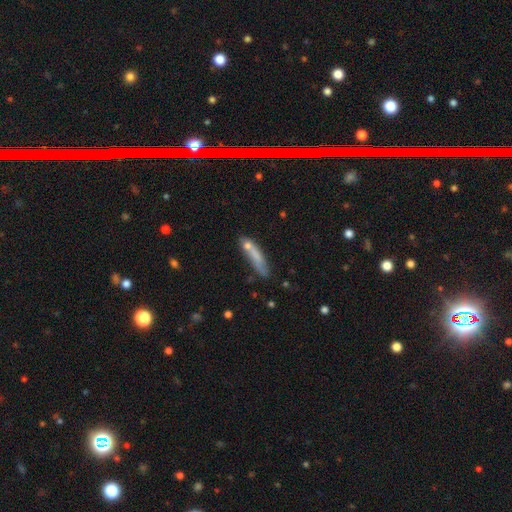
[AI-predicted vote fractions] smooth-or-featured: smooth: 68% | featured or disk: 24% | star or artifact: 8%
  how-rounded: cigar-shaped: 83% | in between: 15% | round: 2%
  merging: none: 53% | minor disturbance: 23% | merger: 14% | major disturbance: 10%